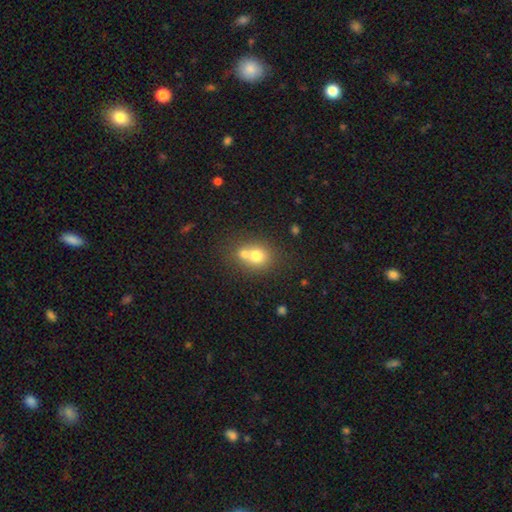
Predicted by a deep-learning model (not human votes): The model was most divided on "merging": merger: 53%, none: 36%, minor disturbance: 7%, major disturbance: 3%. More confident: smooth or featured — smooth (71%); how rounded — round (71%).